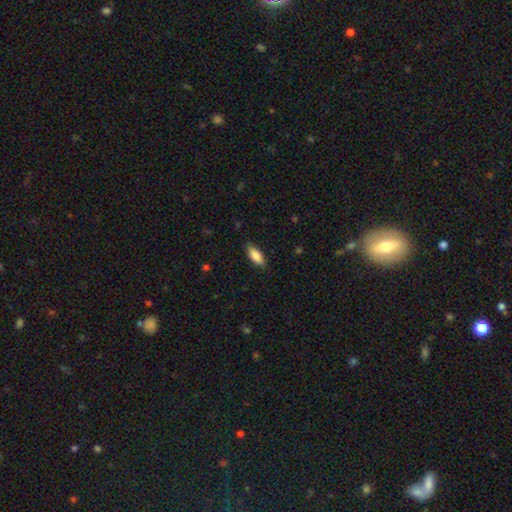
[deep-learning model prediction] A smooth galaxy with no disk features (85%) that is in between round and cigar-shaped (81%).

Vote fractions:
- Smooth or featured? smooth: 85% / featured or disk: 8% / star or artifact: 6%
- How rounded? in between: 81% / cigar-shaped: 17% / round: 2%
- Merging? none: 83% / minor disturbance: 13% / major disturbance: 3% / merger: 1%